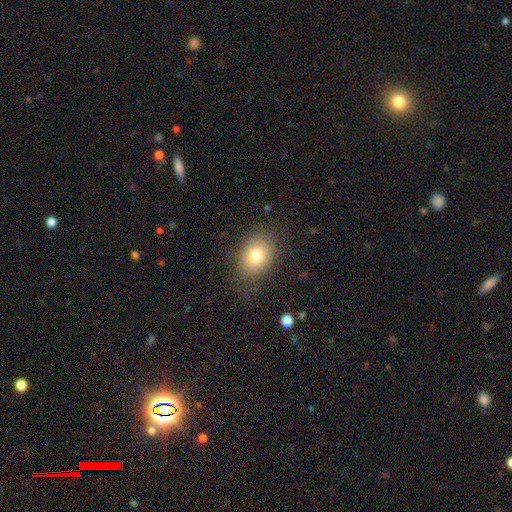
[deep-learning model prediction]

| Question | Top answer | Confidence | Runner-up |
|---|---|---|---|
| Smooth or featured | smooth | 77% | featured or disk (13%) |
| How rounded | in between | 68% | round (31%) |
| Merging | none | 77% | minor disturbance (16%) |